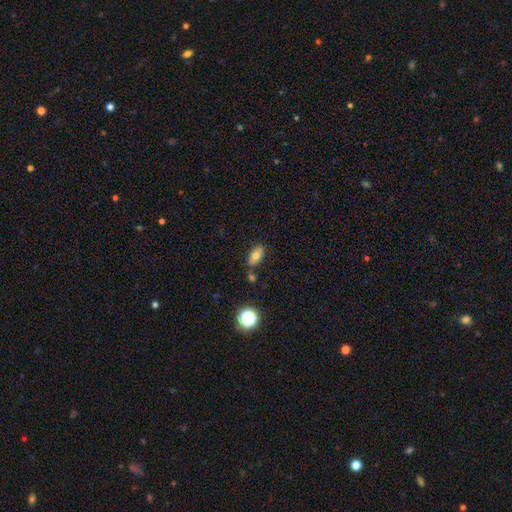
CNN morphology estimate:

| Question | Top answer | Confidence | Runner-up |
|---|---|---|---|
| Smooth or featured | smooth | 73% | featured or disk (15%) |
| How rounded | in between | 87% | round (7%) |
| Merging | none | 71% | minor disturbance (15%) |